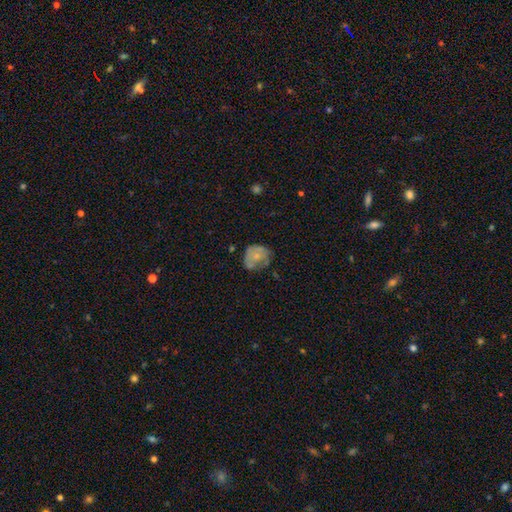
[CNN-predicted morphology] This is possibly a smooth galaxy (60%). How rounded: likely round (67%). Merging: possibly none (46%).